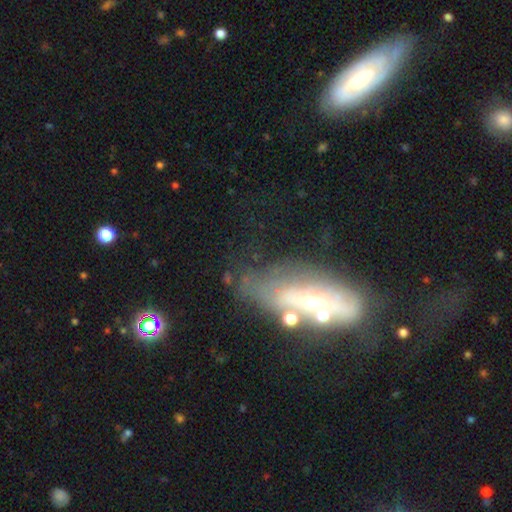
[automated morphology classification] The model was most divided on "merging": none: 39%, minor disturbance: 22%, major disturbance: 21%, merger: 19%. More confident: edge-on disk — no (63%); smooth or featured — featured or disk (58%).